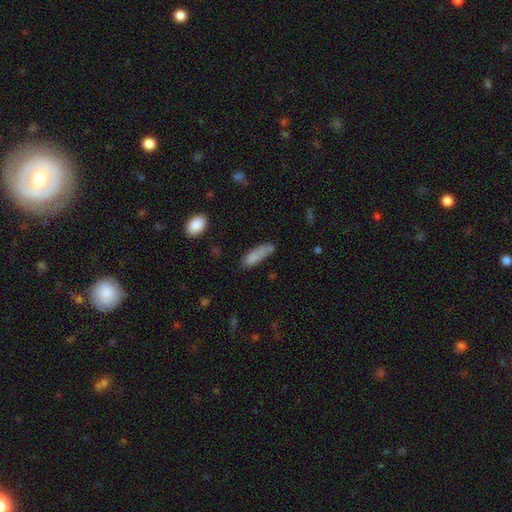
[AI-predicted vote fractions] Morphology: type=smooth (78%); roundness=in between (53%); merging=none (45%).